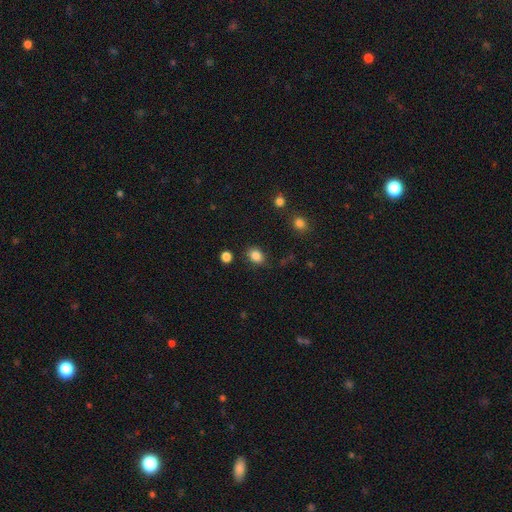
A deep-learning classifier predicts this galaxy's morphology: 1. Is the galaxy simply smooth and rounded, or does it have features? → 85% smooth, 10% star or artifact, 5% featured or disk.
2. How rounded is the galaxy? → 61% in between, 38% round, 1% cigar-shaped.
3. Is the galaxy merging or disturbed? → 80% none, 13% minor disturbance, 4% major disturbance, 3% merger.